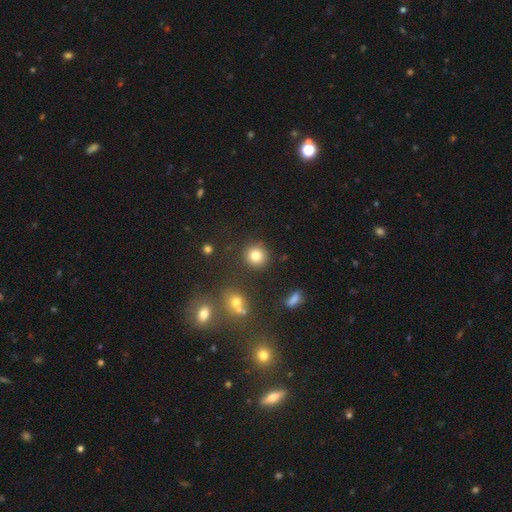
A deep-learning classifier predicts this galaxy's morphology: This is clearly a smooth galaxy (82%). How rounded: clearly round (91%). Merging: clearly none (86%).